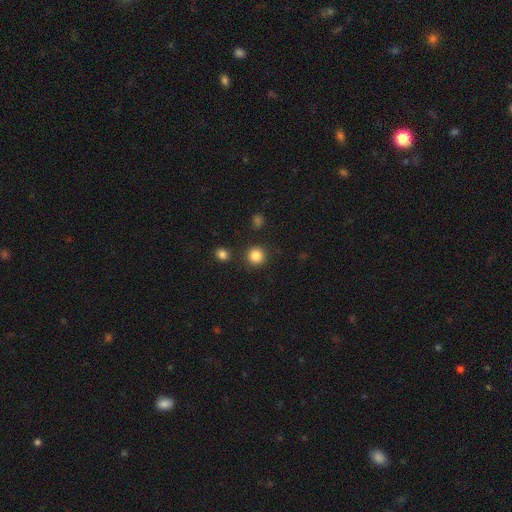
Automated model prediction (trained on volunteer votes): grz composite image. It shows a smooth galaxy with no disk features (85%) that is round (94%). Merging: none (88%).